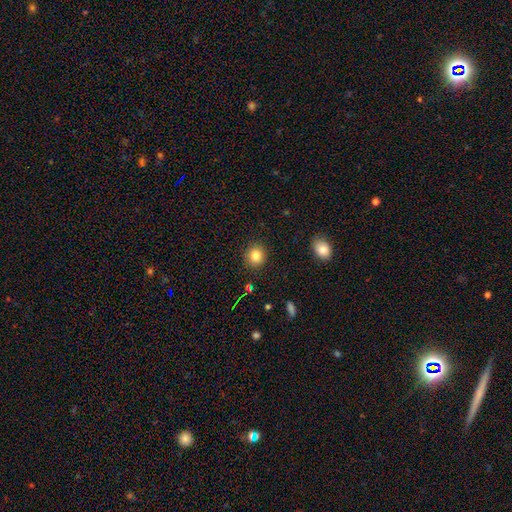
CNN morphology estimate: smooth 83%, star or artifact 11%, featured or disk 7%. Down the decision tree: how rounded — round (86%); merging — none (90%).